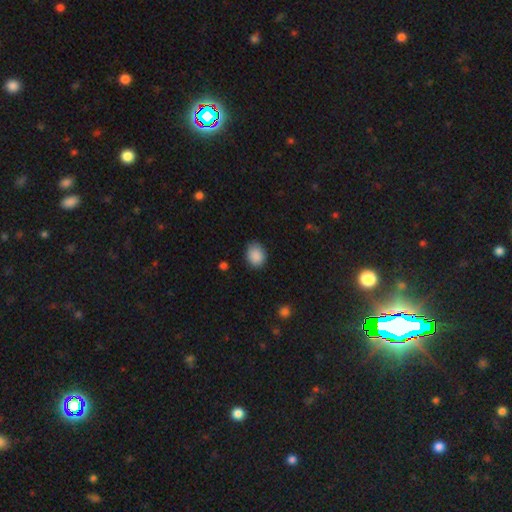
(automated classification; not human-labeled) Overall: smooth (89%). How rounded: in between (50%; round 49%). Merging: none (79%).